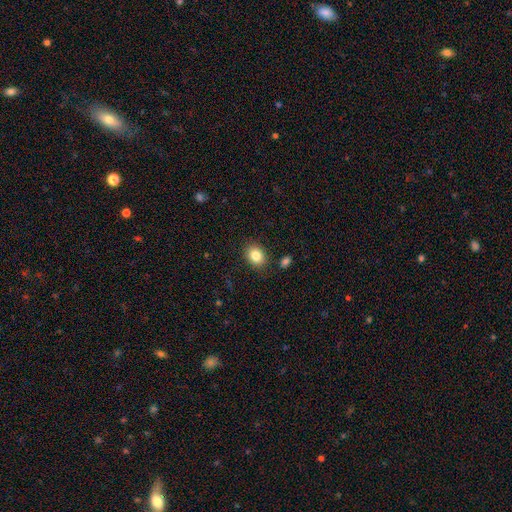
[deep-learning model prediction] Smooth or featured? smooth (84%)
How rounded? in between (57%)
Merging? none (86%)